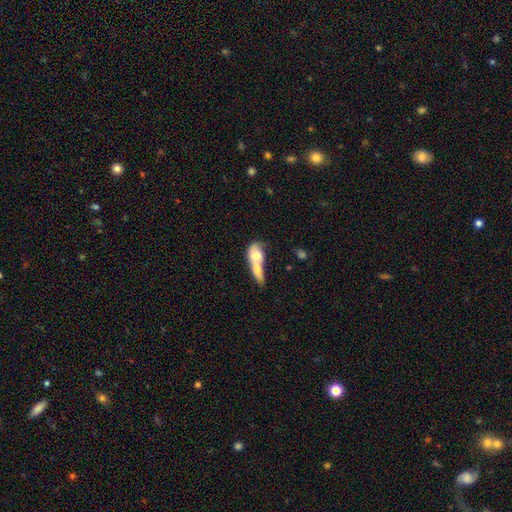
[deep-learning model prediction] Smooth or featured?
  - smooth: 63% *
  - featured or disk: 30%
  - star or artifact: 7%
How rounded?
  - in between: 60% *
  - round: 24%
  - cigar-shaped: 16%
Merging?
  - merger: 72% *
  - none: 12%
  - major disturbance: 8%
  - minor disturbance: 7%